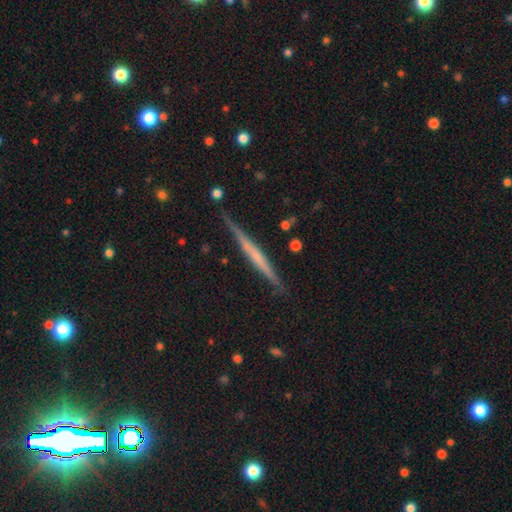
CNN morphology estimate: smooth_or_featured: featured or disk (p=0.62) [alt: smooth p=0.32]
disk_edge_on: yes (p=0.98) [alt: no p=0.02]
edge_on_bulge: none (p=0.72) [alt: rounded p=0.17]
merging: none (p=0.87) [alt: minor disturbance p=0.10]